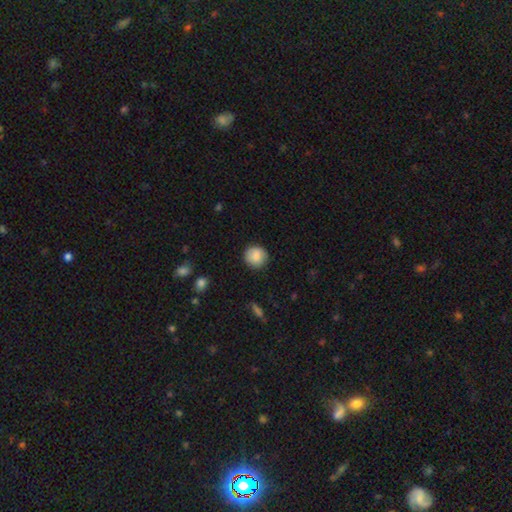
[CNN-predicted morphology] Smooth or featured? smooth (85%)
How rounded? round (91%)
Merging? none (87%)